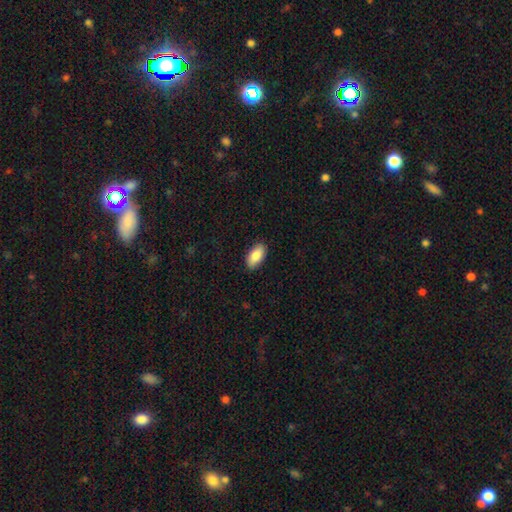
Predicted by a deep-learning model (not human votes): Q: Smooth or featured?
A: smooth (88%); runner-up: featured or disk (6%)
Q: How rounded?
A: in between (94%); runner-up: cigar-shaped (3%)
Q: Merging?
A: none (89%); runner-up: minor disturbance (9%)